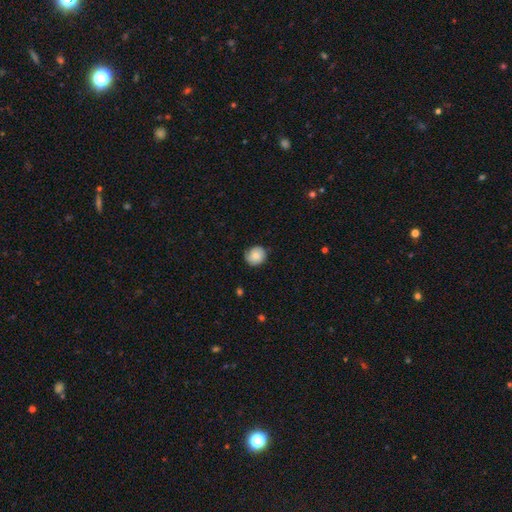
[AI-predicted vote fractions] Smooth or featured: smooth — 75% (featured or disk — 18%)
How rounded: round — 84% (in between — 15%)
Merging: none — 75% (minor disturbance — 20%)